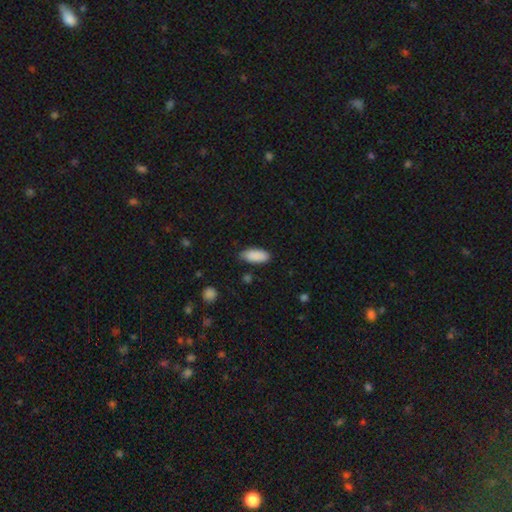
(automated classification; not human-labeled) Smooth or featured? smooth (90%)
How rounded? in between (83%)
Merging? none (81%)